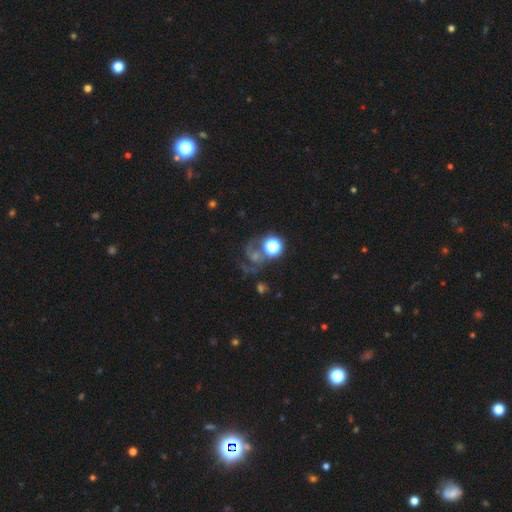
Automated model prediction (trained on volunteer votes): A featured or disk galaxy (40%).

Vote fractions:
- Smooth or featured? featured or disk: 40% / star or artifact: 37% / smooth: 23%
- Merging? none: 48% / major disturbance: 25% / minor disturbance: 14% / merger: 13%